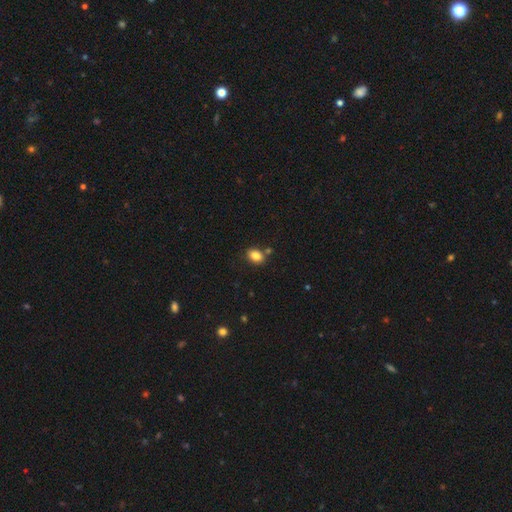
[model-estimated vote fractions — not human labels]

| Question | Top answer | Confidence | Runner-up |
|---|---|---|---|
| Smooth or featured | smooth | 84% | star or artifact (10%) |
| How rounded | in between | 71% | round (28%) |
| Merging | none | 75% | minor disturbance (12%) |